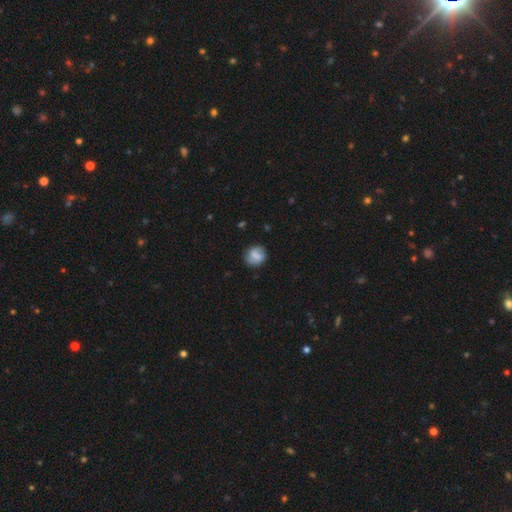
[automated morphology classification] This is likely a smooth galaxy (66%). How rounded: likely round (78%). Merging: likely none (73%).